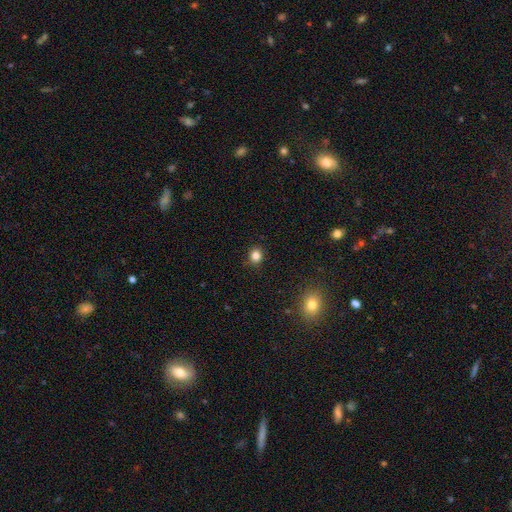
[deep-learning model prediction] Smooth or featured?
  - smooth: 83% *
  - star or artifact: 13%
  - featured or disk: 4%
How rounded?
  - round: 80% *
  - in between: 19%
  - cigar-shaped: 1%
Merging?
  - none: 88% *
  - minor disturbance: 9%
  - major disturbance: 2%
  - merger: 1%